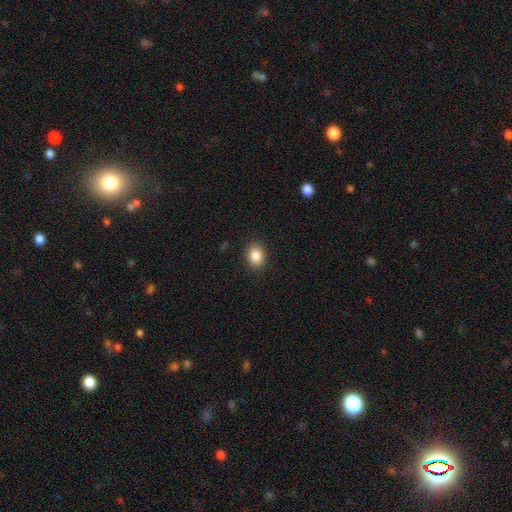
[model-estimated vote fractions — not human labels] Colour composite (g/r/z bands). It shows a smooth galaxy with no disk features (86%) that is in between round and cigar-shaped (56%). Merging: none (88%).